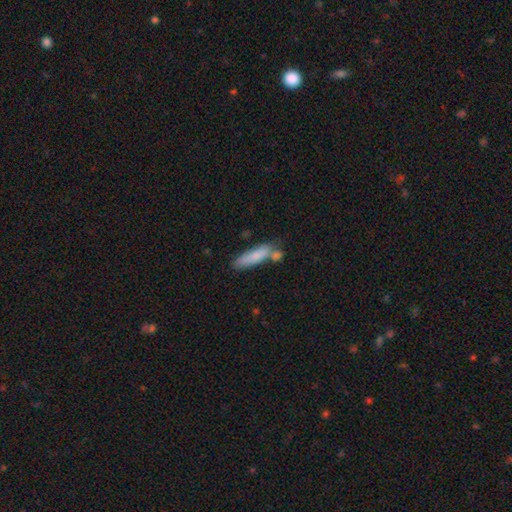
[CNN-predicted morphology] Smooth or featured: smooth — 77% (featured or disk — 16%)
How rounded: cigar-shaped — 64% (in between — 34%)
Merging: none — 54% (merger — 23%)